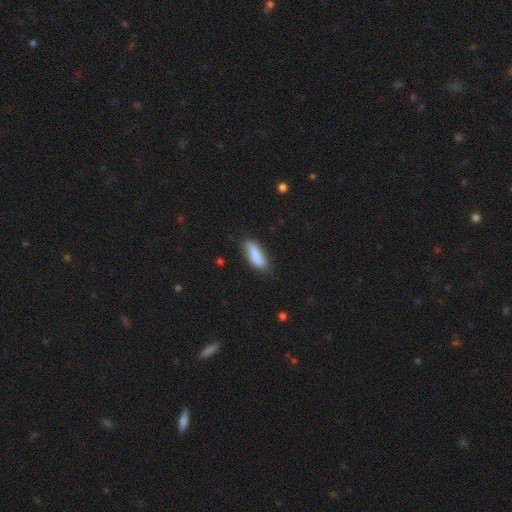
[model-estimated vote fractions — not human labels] Smooth or featured? smooth (79%)
How rounded? in between (61%)
Merging? none (76%)